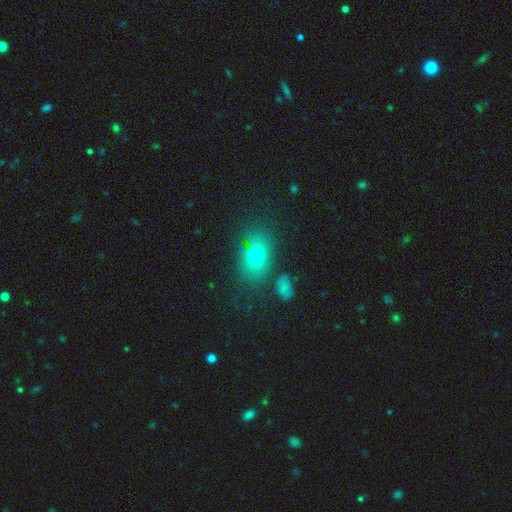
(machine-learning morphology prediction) This is likely a smooth galaxy (71%). How rounded: likely in between (67%). Merging: likely none (69%).